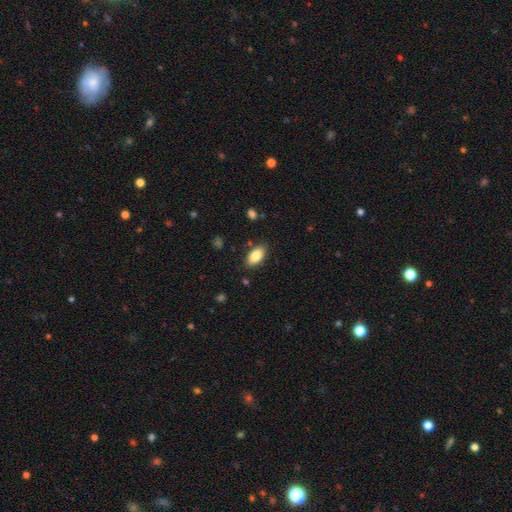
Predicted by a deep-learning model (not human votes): A smooth galaxy with no disk features (84%) that is in between round and cigar-shaped (93%).

Vote fractions:
- Smooth or featured? smooth: 84% / featured or disk: 9% / star or artifact: 7%
- How rounded? in between: 93% / round: 4% / cigar-shaped: 3%
- Merging? none: 86% / minor disturbance: 10% / major disturbance: 2% / merger: 2%